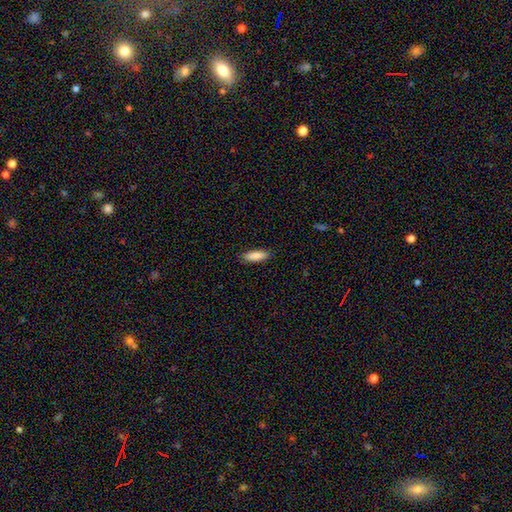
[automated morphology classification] type=smooth (87%); roundness=in between (53%); merging=none (88%).